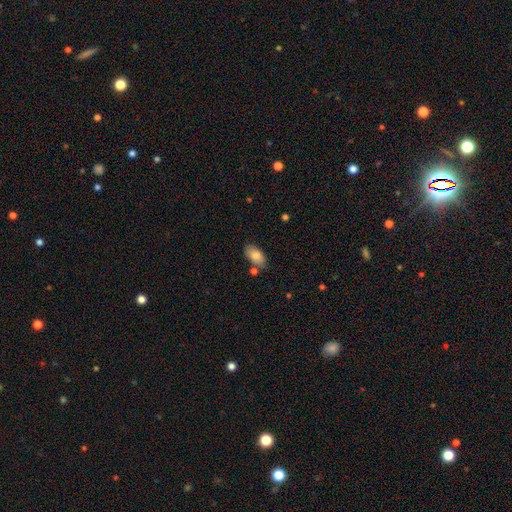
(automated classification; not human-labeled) This is clearly a smooth galaxy (83%). How rounded: clearly in between (94%). Merging: likely none (74%).